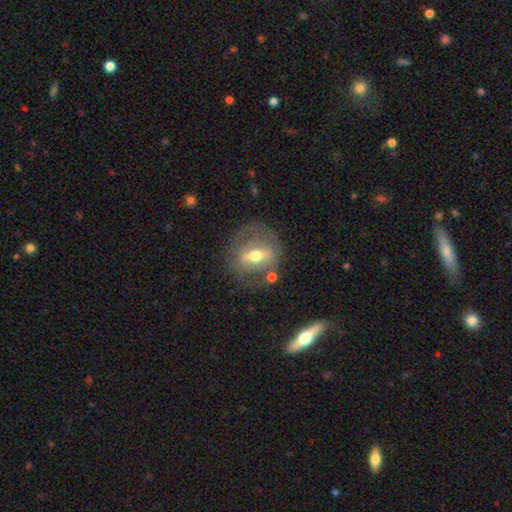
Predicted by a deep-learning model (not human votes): Q: Smooth or featured?
A: featured or disk (71%); runner-up: smooth (22%)
Q: Edge-on disk?
A: no (77%); runner-up: yes (23%)
Q: Bar?
A: strong (62%); runner-up: weak (26%)
Q: Spiral arms?
A: no (70%); runner-up: yes (30%)
Q: Bulge size?
A: moderate (74%); runner-up: small (14%)
Q: Merging?
A: none (70%); runner-up: minor disturbance (15%)